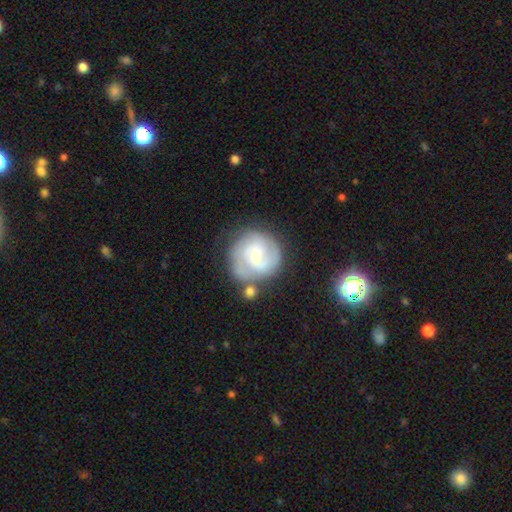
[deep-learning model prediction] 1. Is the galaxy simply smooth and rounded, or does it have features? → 79% featured or disk, 15% smooth, 6% star or artifact.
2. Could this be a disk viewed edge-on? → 98% no, 2% yes.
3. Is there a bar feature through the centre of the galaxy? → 51% no, 42% weak, 8% strong.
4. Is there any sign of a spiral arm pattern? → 94% yes, 6% no.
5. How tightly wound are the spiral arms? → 53% tight, 38% medium, 9% loose.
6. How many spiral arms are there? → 42% 2, 25% 3, 20% can't tell, 5% 4, 4% 1, 3% more than 4.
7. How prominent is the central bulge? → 65% small, 31% moderate, 2% none, 2% large, 1% dominant.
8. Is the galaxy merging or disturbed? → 69% none, 17% minor disturbance, 7% merger, 7% major disturbance.